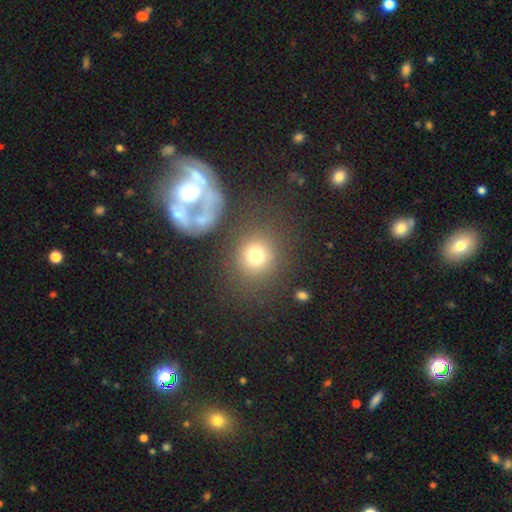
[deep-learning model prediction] This appears to be a smooth galaxy with no disk features (74%) that is round (82%). Merging: none (73%).